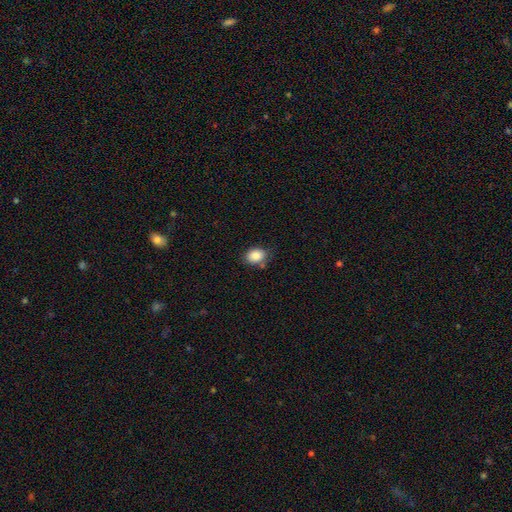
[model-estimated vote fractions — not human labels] The model was most divided on "how rounded": in between: 61%, round: 38%, cigar-shaped: 1%. More confident: smooth or featured — smooth (86%); merging — none (71%).